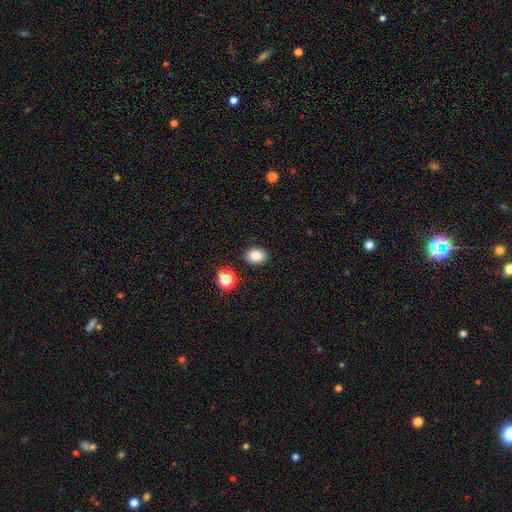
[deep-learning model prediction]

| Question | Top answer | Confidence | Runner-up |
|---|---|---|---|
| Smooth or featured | smooth | 82% | star or artifact (12%) |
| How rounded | in between | 58% | round (41%) |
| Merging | none | 88% | minor disturbance (7%) |